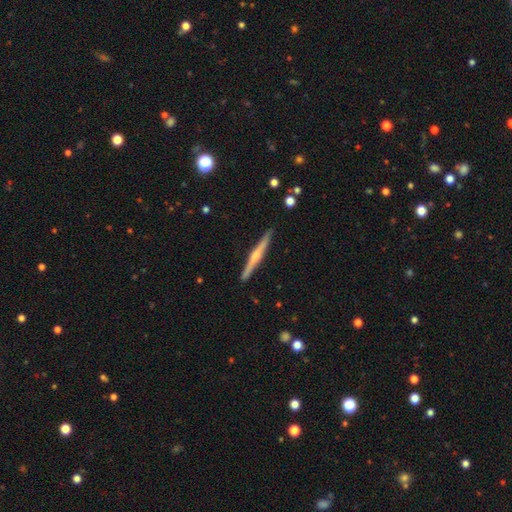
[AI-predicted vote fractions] Q: Smooth or featured?
A: featured or disk (71%); runner-up: smooth (23%)
Q: Edge-on disk?
A: yes (98%); runner-up: no (2%)
Q: Edge-on bulge?
A: rounded (78%); runner-up: none (15%)
Q: Merging?
A: none (91%); runner-up: minor disturbance (6%)